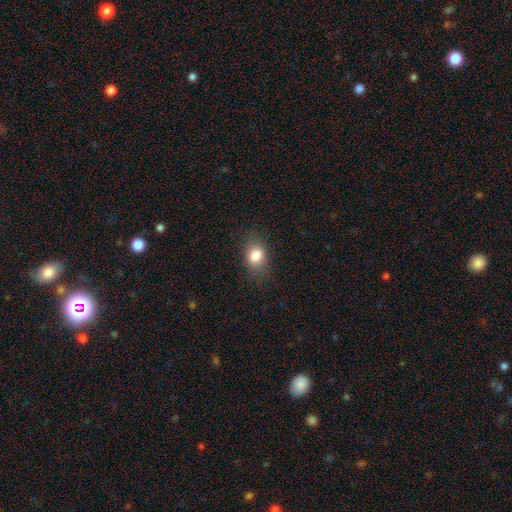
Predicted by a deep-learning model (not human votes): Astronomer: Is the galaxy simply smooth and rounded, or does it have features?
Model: smooth — 82%.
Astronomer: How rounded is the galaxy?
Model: in between — 69%.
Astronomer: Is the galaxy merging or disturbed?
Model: none — 79%.